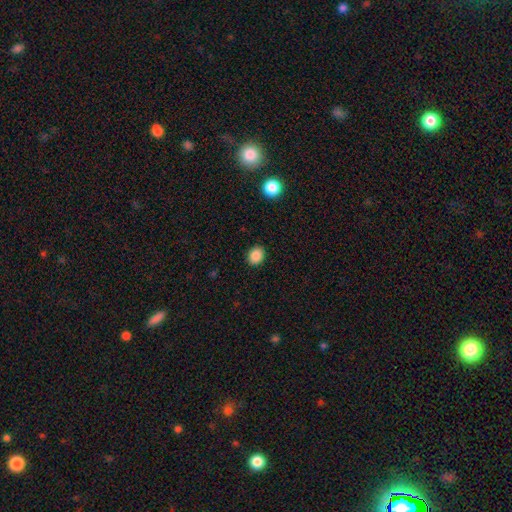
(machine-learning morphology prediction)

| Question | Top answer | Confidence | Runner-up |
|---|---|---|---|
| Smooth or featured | smooth | 87% | star or artifact (9%) |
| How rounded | round | 54% | in between (45%) |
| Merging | none | 90% | minor disturbance (7%) |